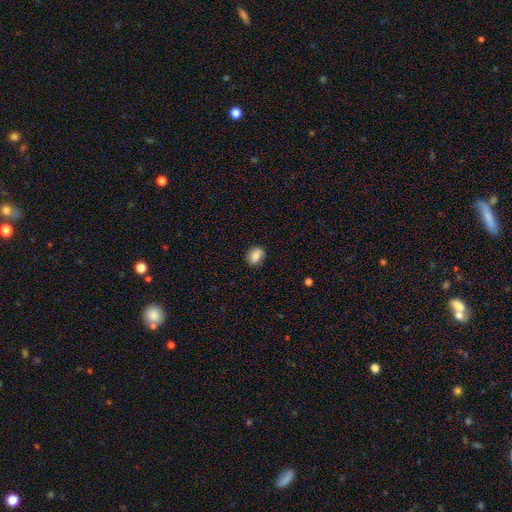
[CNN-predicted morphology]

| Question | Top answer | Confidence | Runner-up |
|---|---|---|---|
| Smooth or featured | smooth | 82% | featured or disk (10%) |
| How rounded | in between | 58% | round (40%) |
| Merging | none | 83% | minor disturbance (13%) |